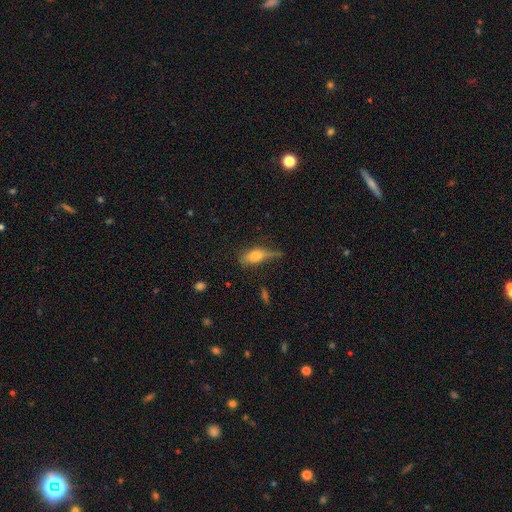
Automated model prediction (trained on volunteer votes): A smooth galaxy with no disk features (62%) that is in between round and cigar-shaped (68%).

Vote fractions:
- Smooth or featured? smooth: 62% / featured or disk: 29% / star or artifact: 9%
- How rounded? in between: 68% / cigar-shaped: 28% / round: 5%
- Merging? none: 47% / minor disturbance: 34% / major disturbance: 15% / merger: 5%